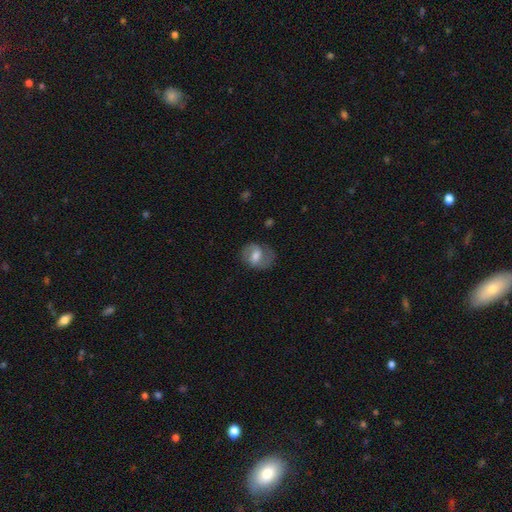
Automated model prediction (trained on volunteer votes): Smooth or featured? Predicted: featured or disk (p=0.52). Edge-on disk? Predicted: no (p=0.96). Bar? Predicted: weak (p=0.49). Spiral arms? Predicted: yes (p=0.75). Bulge size? Predicted: moderate (p=0.53). Merging? Predicted: none (p=0.68).